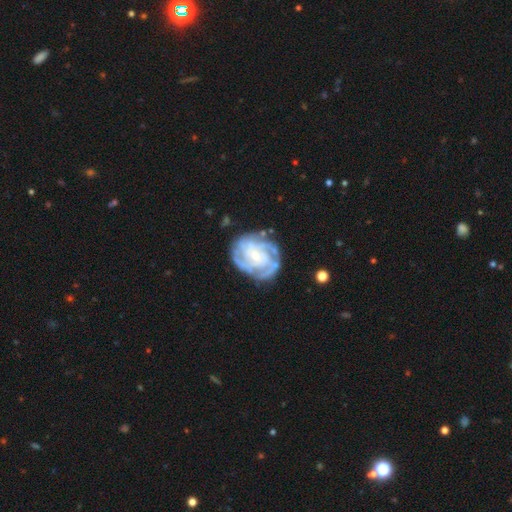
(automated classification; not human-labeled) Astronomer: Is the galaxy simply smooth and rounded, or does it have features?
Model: featured or disk — 86%.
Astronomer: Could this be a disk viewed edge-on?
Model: no — 98%.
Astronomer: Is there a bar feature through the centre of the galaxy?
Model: no — 67%.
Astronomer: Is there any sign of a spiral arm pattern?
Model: yes — 95%.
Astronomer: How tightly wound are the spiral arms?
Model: tight — 68%.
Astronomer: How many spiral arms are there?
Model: can't tell — 28% (runner-up: 4, 25%).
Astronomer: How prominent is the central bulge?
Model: small — 70%.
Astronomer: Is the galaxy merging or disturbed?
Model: none — 73%.